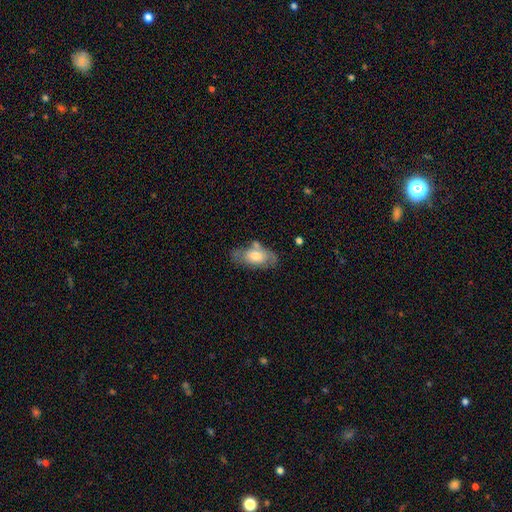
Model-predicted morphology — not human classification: Smooth or featured? Predicted: smooth (p=0.57). How rounded? Predicted: in between (p=0.90). Merging? Predicted: none (p=0.54).